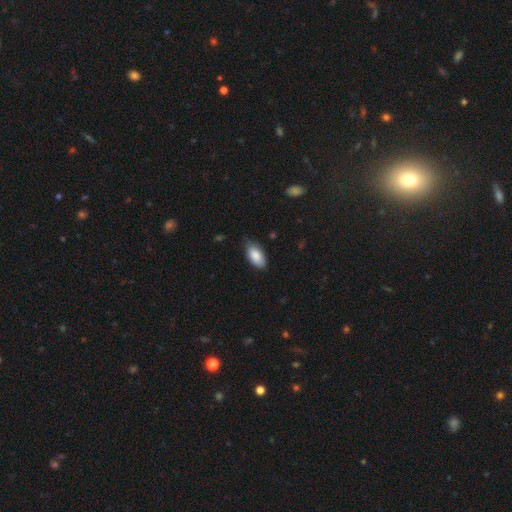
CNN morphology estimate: smooth-or-featured: smooth: 87% | featured or disk: 7% | star or artifact: 6%
  how-rounded: in between: 93% | cigar-shaped: 4% | round: 3%
  merging: none: 74% | minor disturbance: 22% | major disturbance: 3% | merger: 1%